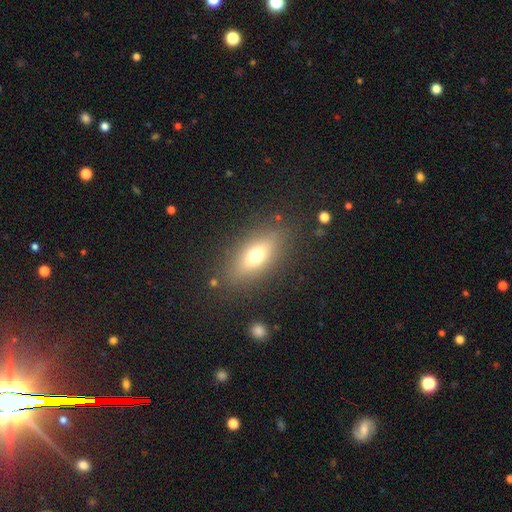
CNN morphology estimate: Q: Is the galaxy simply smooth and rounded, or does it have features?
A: smooth — 63%.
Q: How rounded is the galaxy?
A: in between — 72%.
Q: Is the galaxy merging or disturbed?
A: none — 84%.